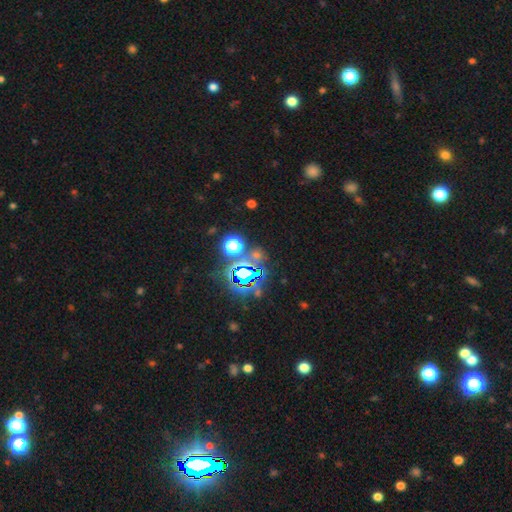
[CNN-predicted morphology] Q: Smooth or featured?
A: star or artifact (69%); runner-up: smooth (22%)